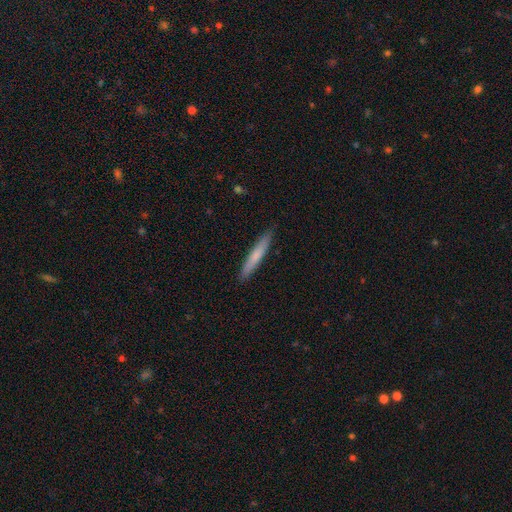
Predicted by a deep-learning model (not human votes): This is likely a smooth galaxy (68%). How rounded: clearly cigar-shaped (95%). Merging: clearly none (89%).